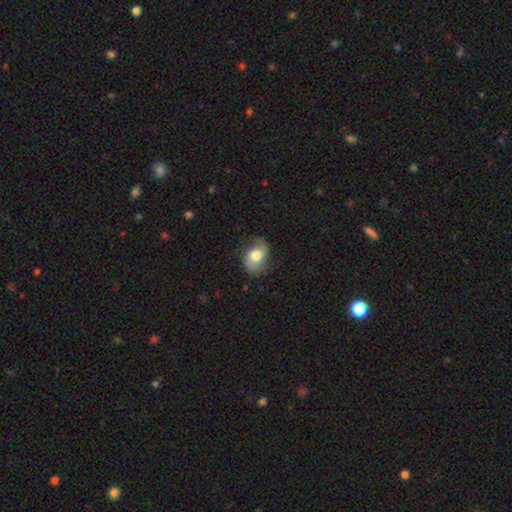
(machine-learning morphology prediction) The model was most divided on "smooth or featured": featured or disk: 47%, smooth: 46%, star or artifact: 8%. More confident: merging — none (63%).